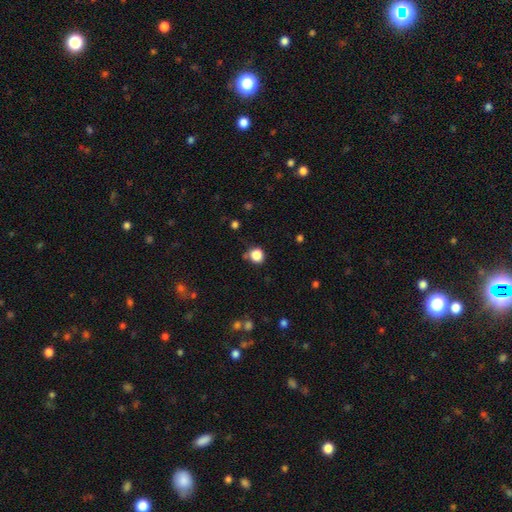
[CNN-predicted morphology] This appears to be a smooth galaxy with no disk features (85%) that is round (85%). Merging: none (77%).